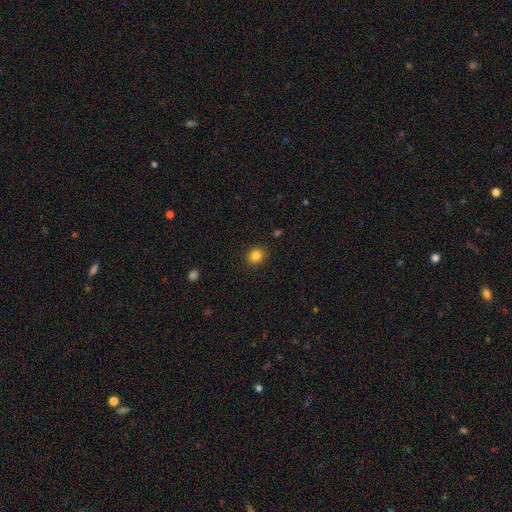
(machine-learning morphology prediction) Smooth or featured: smooth — 83% (star or artifact — 11%)
How rounded: round — 80% (in between — 19%)
Merging: none — 90% (minor disturbance — 7%)